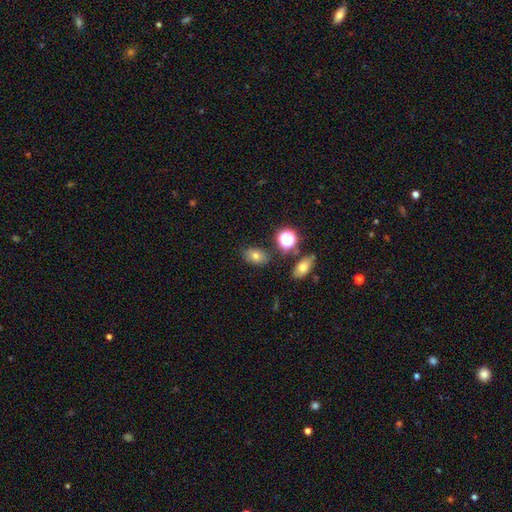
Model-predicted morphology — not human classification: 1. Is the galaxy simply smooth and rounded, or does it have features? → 69% smooth, 17% star or artifact, 14% featured or disk.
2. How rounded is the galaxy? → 81% in between, 17% round, 2% cigar-shaped.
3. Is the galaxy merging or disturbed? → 80% none, 12% minor disturbance, 5% merger, 3% major disturbance.